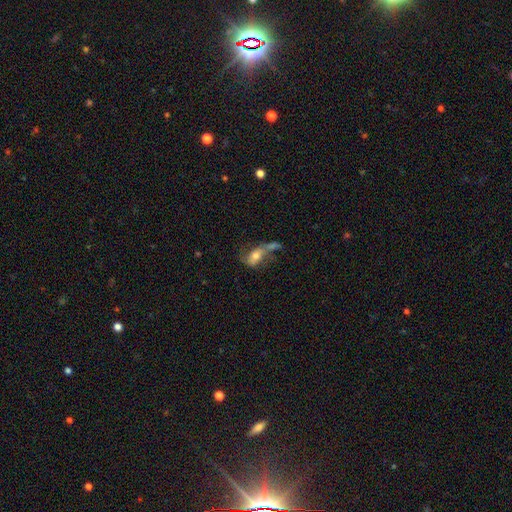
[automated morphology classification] smooth-or-featured: featured or disk: 46% | smooth: 44% | star or artifact: 10%
  merging: merger: 29% | major disturbance: 27% | none: 26% | minor disturbance: 18%